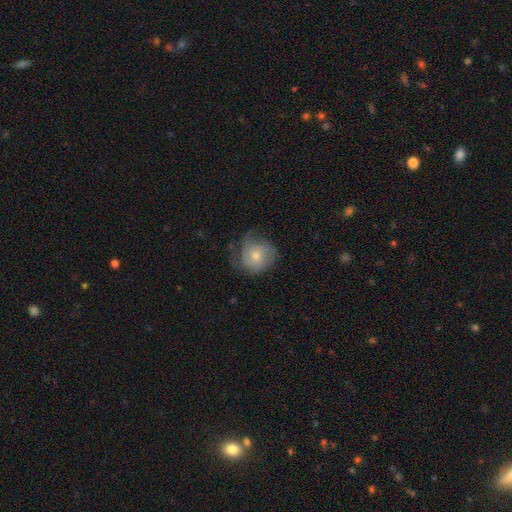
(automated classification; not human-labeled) A smooth galaxy with no disk features (53%) that is round (83%). Merging: none (49%).